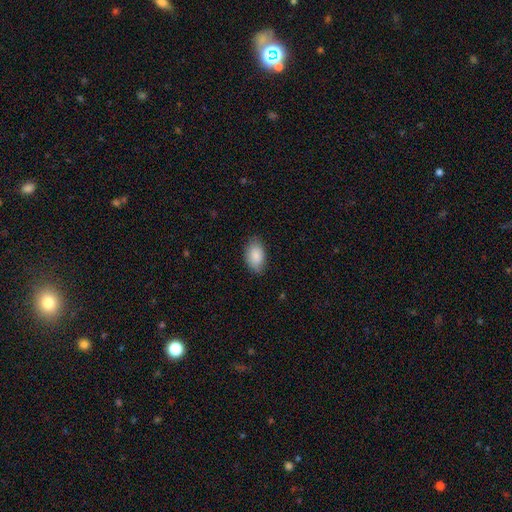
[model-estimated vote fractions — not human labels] Morphology: type=smooth (88%); roundness=in between (93%); merging=none (81%).